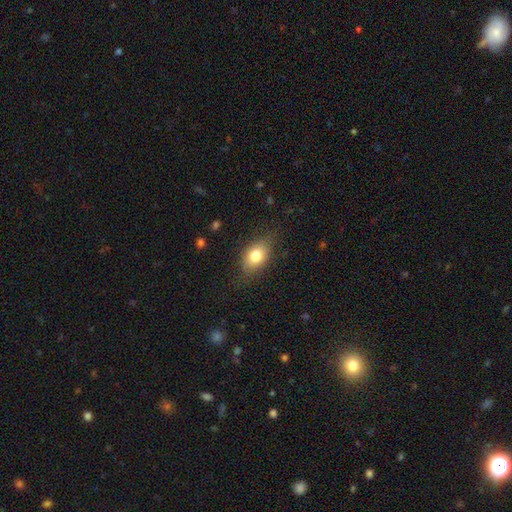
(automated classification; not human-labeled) Overall: smooth (76%). How rounded: in between (77%). Merging: none (75%).